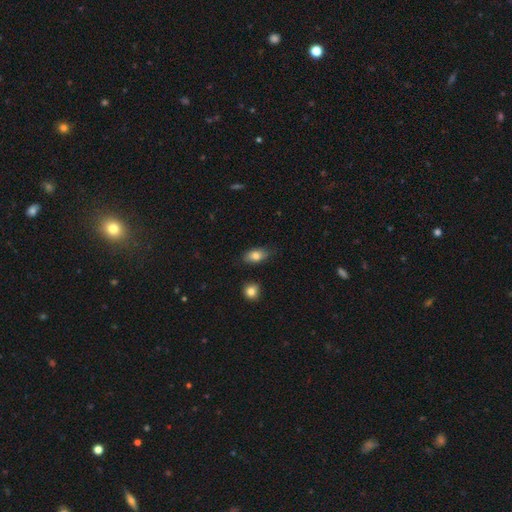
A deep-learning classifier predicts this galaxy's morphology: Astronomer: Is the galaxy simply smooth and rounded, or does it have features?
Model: smooth — 80%.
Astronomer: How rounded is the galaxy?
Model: in between — 87%.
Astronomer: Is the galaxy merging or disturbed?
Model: none — 77%.